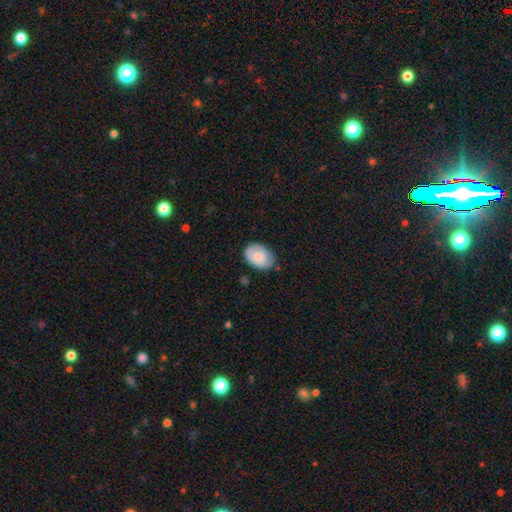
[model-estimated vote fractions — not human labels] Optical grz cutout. It shows a smooth galaxy with no disk features (77%) that is in between round and cigar-shaped (83%). Merging: none (72%).